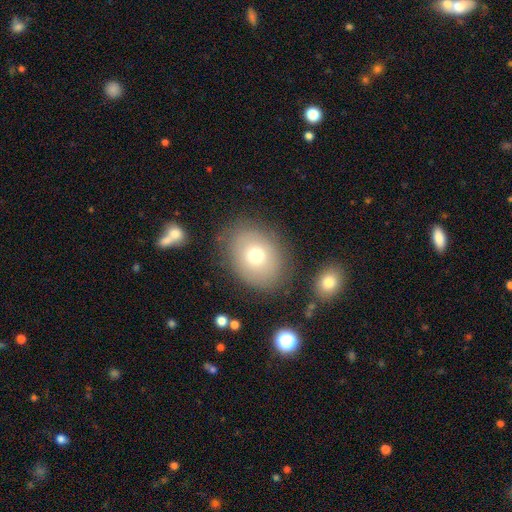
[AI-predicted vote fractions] smooth-or-featured: smooth: 71% | featured or disk: 18% | star or artifact: 11%
  how-rounded: in between: 55% | round: 44% | cigar-shaped: 1%
  merging: none: 77% | minor disturbance: 14% | major disturbance: 5% | merger: 4%